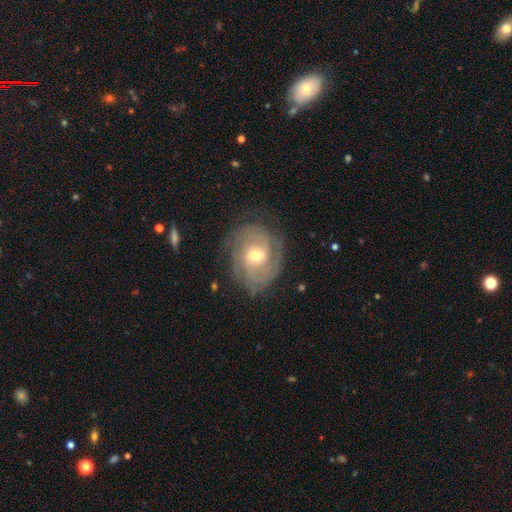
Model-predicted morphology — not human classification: Smooth or featured? Predicted: featured or disk (p=0.85). Edge-on disk? Predicted: no (p=0.97). Bar? Predicted: no (p=0.52). Spiral arms? Predicted: yes (p=0.96). Spiral winding? Predicted: tight (p=0.65). Spiral arm count? Predicted: 2 (p=0.34). Bulge size? Predicted: moderate (p=0.56). Merging? Predicted: none (p=0.76).